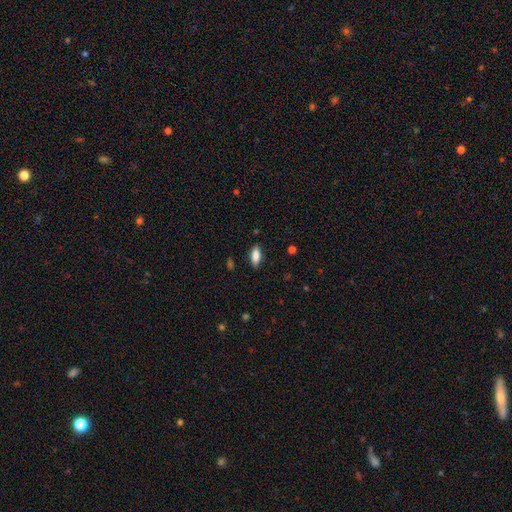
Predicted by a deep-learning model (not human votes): Overall: smooth (81%). How rounded: in between (77%). Merging: none (86%).